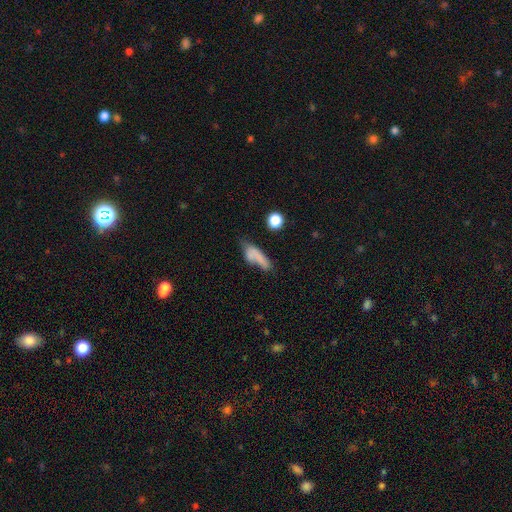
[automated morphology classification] Overall: smooth (67%). How rounded: in between (58%; cigar-shaped 36%). Merging: none (35%; minor disturbance 26%).